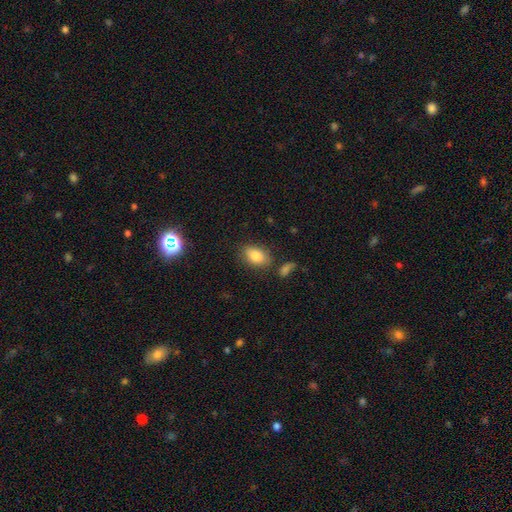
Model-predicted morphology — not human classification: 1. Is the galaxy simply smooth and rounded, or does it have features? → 84% smooth, 8% star or artifact, 8% featured or disk.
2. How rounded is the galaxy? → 85% in between, 13% round, 2% cigar-shaped.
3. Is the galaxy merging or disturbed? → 77% none, 14% minor disturbance, 6% merger, 4% major disturbance.